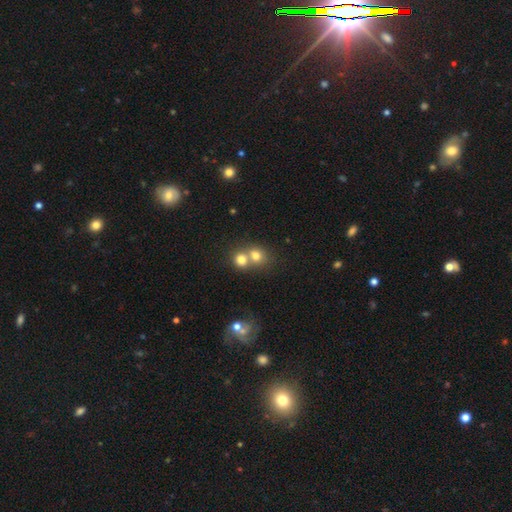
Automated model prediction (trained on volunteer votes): This appears to be a smooth galaxy with no disk features (75%) that is round (74%). Merging: merger (58%).